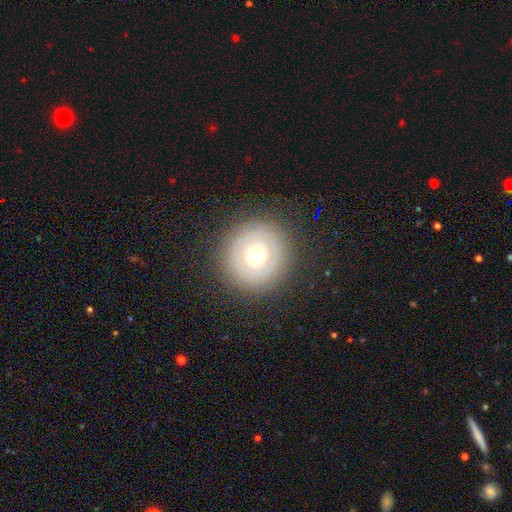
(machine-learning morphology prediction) Smooth or featured? featured or disk (54%)
Edge-on disk? no (96%)
Bar? no (92%)
Spiral arms? no (74%)
Bulge size? small (54%)
Merging? none (86%)